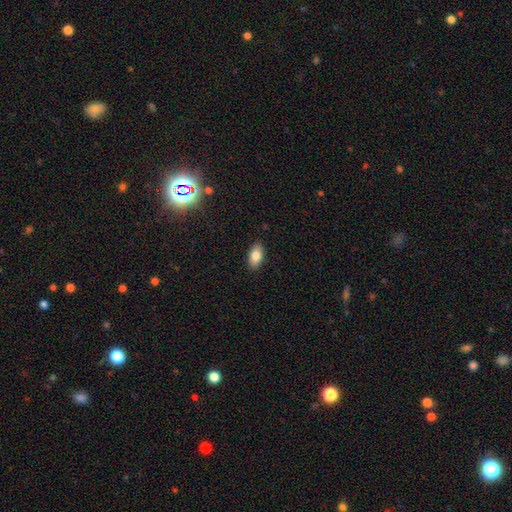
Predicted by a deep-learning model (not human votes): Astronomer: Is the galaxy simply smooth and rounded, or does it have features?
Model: smooth — 83%.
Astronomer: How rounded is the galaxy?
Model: in between — 92%.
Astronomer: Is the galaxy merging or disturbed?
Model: none — 89%.